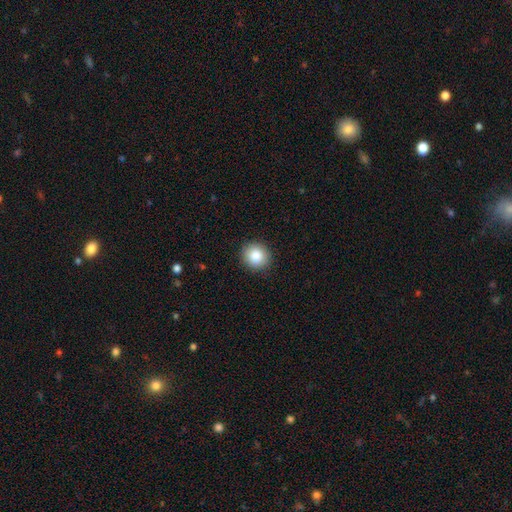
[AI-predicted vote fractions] Q: Smooth or featured?
A: smooth (86%); runner-up: star or artifact (9%)
Q: How rounded?
A: round (85%); runner-up: in between (14%)
Q: Merging?
A: none (91%); runner-up: minor disturbance (6%)